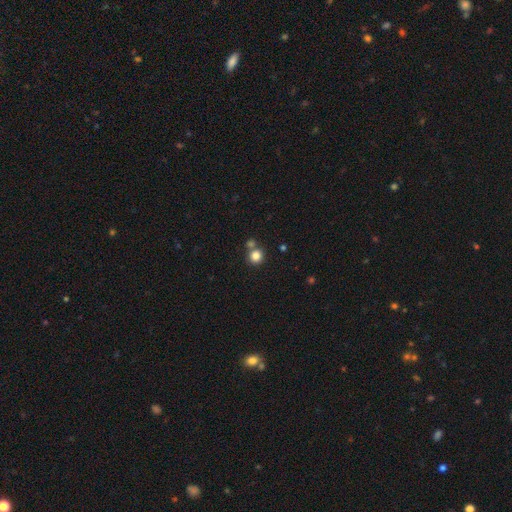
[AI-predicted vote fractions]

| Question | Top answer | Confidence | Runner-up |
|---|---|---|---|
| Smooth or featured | smooth | 83% | star or artifact (11%) |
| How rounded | round | 90% | in between (9%) |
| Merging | none | 65% | merger (25%) |